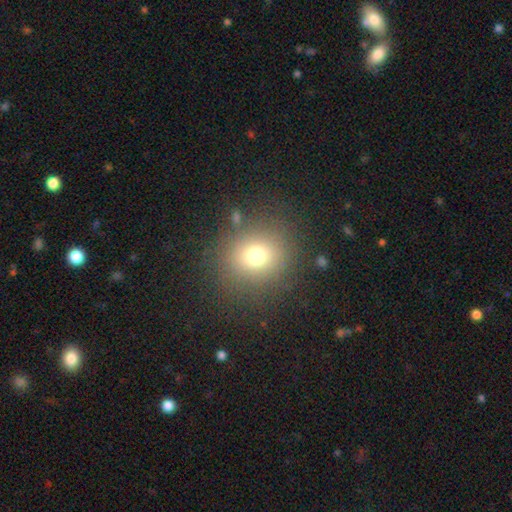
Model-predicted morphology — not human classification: This appears to be a smooth galaxy with no disk features (74%) that is round (81%). Merging: none (84%).